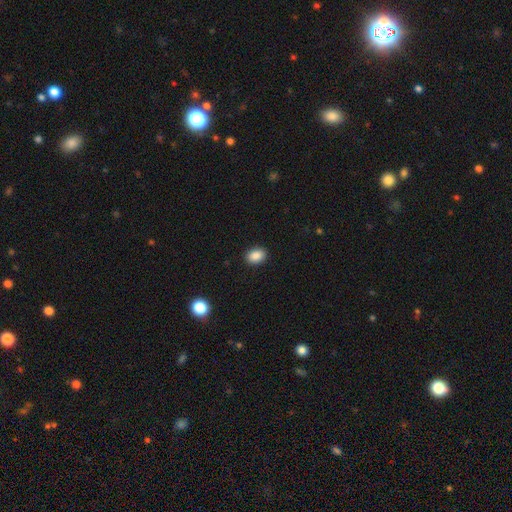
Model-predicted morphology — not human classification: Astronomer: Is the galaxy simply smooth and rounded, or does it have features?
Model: smooth — 88%.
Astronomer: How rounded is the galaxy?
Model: in between — 77%.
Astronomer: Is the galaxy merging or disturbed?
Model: none — 90%.